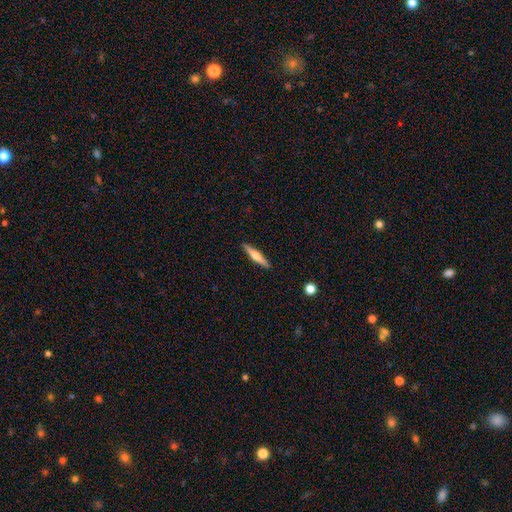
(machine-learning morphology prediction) A featured or disk galaxy (49%). Merging: none (91%).